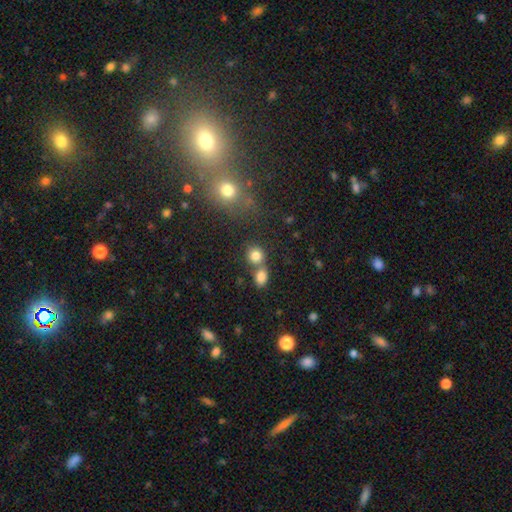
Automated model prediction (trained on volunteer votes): smooth 81%, star or artifact 12%, featured or disk 7%. Down the decision tree: how rounded — round (77%); merging — none (50%).